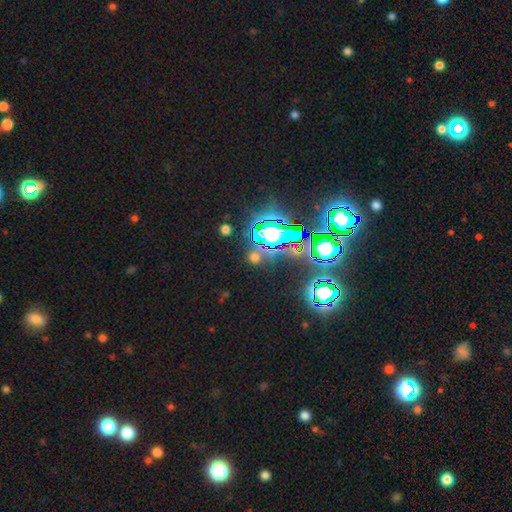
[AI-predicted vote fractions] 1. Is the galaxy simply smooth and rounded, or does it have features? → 75% star or artifact, 14% smooth, 10% featured or disk.